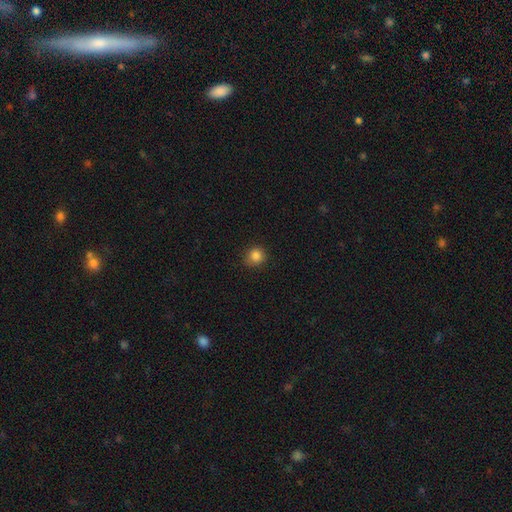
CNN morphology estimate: smooth_or_featured: smooth (p=0.85) [alt: star or artifact p=0.11]
how_rounded: round (p=0.88) [alt: in between p=0.11]
merging: none (p=0.85) [alt: minor disturbance p=0.11]